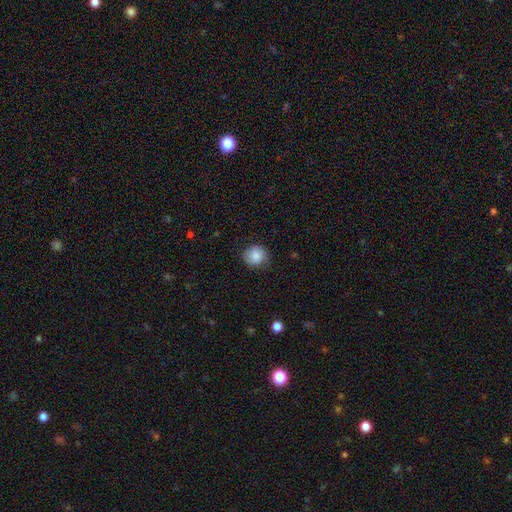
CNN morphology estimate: Smooth or featured? smooth (86%)
How rounded? round (89%)
Merging? none (79%)